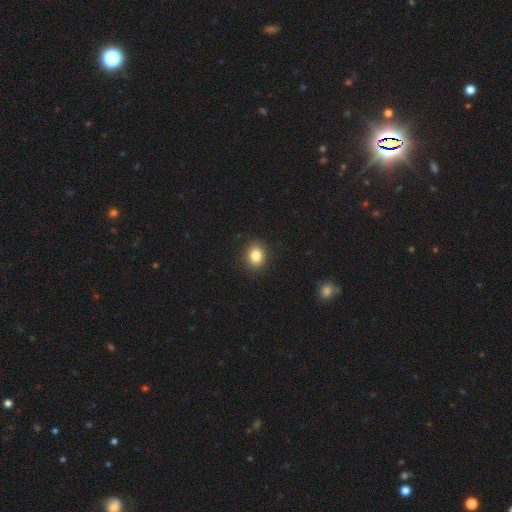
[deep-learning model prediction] Smooth or featured: smooth — 84% (star or artifact — 10%)
How rounded: round — 54% (in between — 45%)
Merging: none — 90% (minor disturbance — 7%)